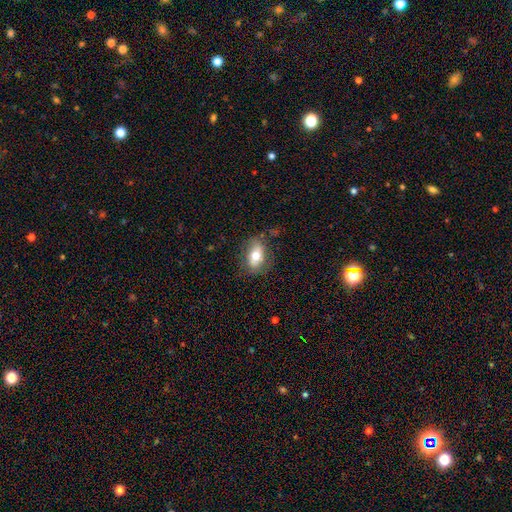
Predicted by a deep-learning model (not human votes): A smooth galaxy with no disk features (63%) that is in between round and cigar-shaped (82%).

Vote fractions:
- Smooth or featured? smooth: 63% / featured or disk: 29% / star or artifact: 8%
- How rounded? in between: 82% / round: 13% / cigar-shaped: 4%
- Merging? none: 74% / minor disturbance: 18% / major disturbance: 6% / merger: 2%